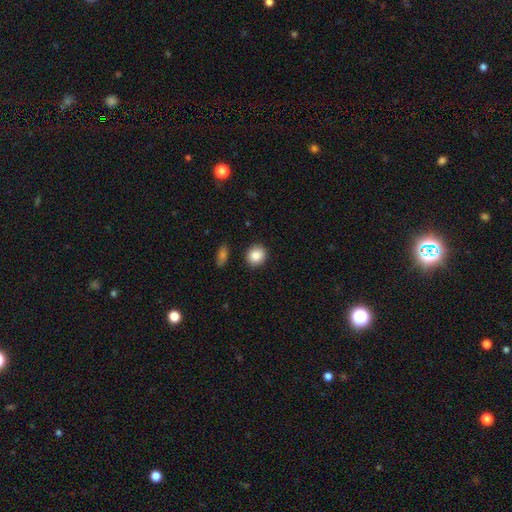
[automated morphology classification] This appears to be a smooth galaxy with no disk features (88%) that is round (77%). Merging: none (88%).